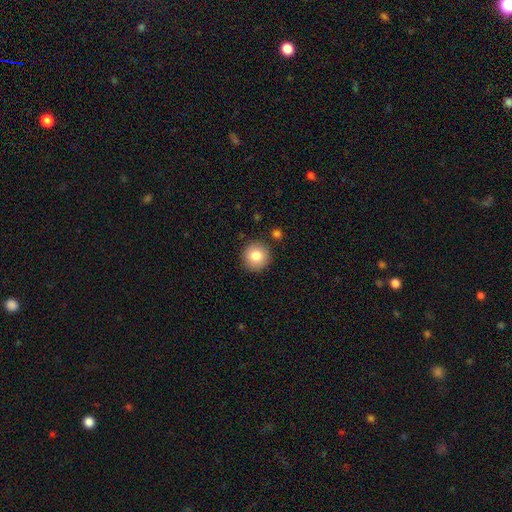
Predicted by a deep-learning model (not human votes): The model was most divided on "smooth or featured": smooth: 82%, star or artifact: 9%, featured or disk: 9%. More confident: how rounded — round (94%); merging — none (87%).